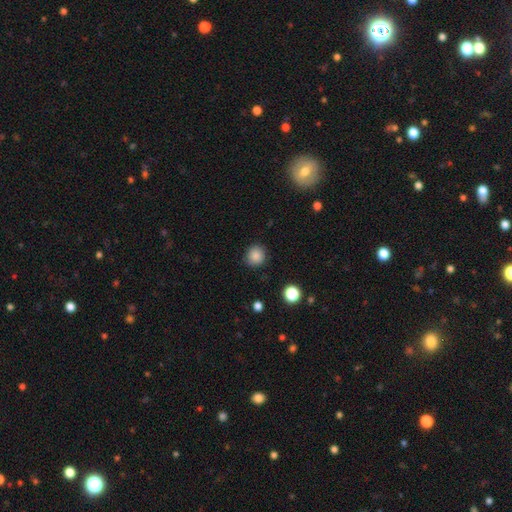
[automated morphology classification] smooth-or-featured: smooth: 87% | star or artifact: 10% | featured or disk: 4%
  how-rounded: round: 90% | in between: 10% | cigar-shaped: 1%
  merging: none: 89% | minor disturbance: 8% | major disturbance: 2% | merger: 1%